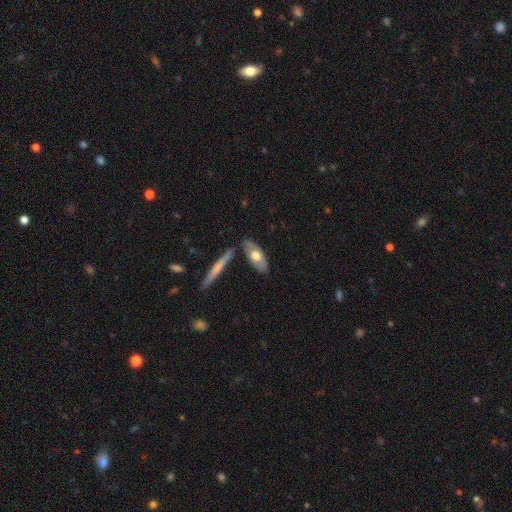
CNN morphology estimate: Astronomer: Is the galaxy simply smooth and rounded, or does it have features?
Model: smooth — 56% (runner-up: featured or disk, 39%).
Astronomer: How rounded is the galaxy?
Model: in between — 74%.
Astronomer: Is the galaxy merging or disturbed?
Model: none — 77%.